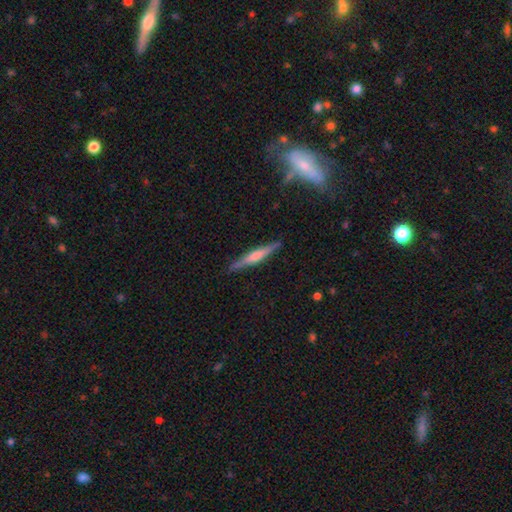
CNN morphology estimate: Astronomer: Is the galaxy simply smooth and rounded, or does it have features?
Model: featured or disk — 66%.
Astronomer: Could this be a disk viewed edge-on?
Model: yes — 96%.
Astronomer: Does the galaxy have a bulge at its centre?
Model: rounded — 74%.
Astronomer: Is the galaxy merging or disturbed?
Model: none — 86%.